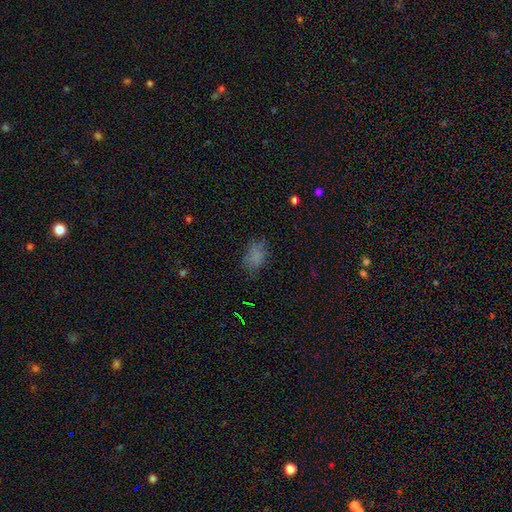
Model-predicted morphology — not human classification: This appears to be a smooth galaxy with no disk features (76%) that is in between round and cigar-shaped (84%). Merging: none (70%).